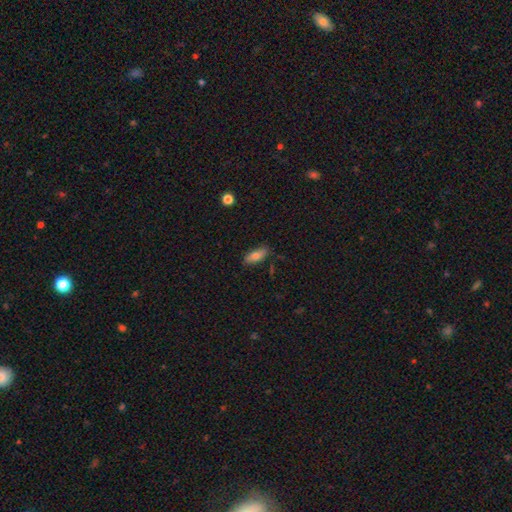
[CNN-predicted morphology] A smooth galaxy with no disk features (76%) that is in between round and cigar-shaped (79%). Merging: none (81%).